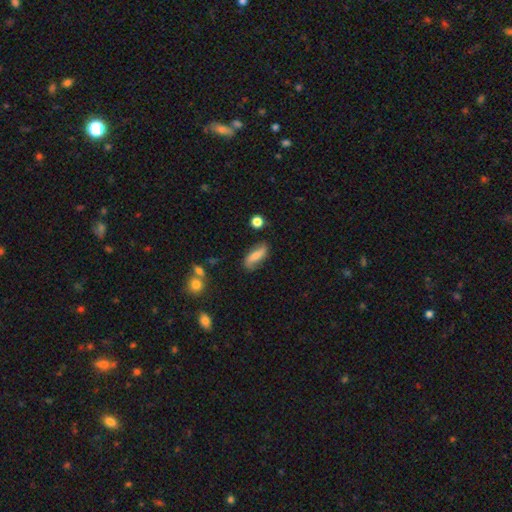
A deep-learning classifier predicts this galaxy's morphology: Smooth or featured?
  - smooth: 60% *
  - featured or disk: 32%
  - star or artifact: 8%
How rounded?
  - in between: 67% *
  - cigar-shaped: 29%
  - round: 4%
Merging?
  - none: 73% *
  - minor disturbance: 19%
  - major disturbance: 5%
  - merger: 3%